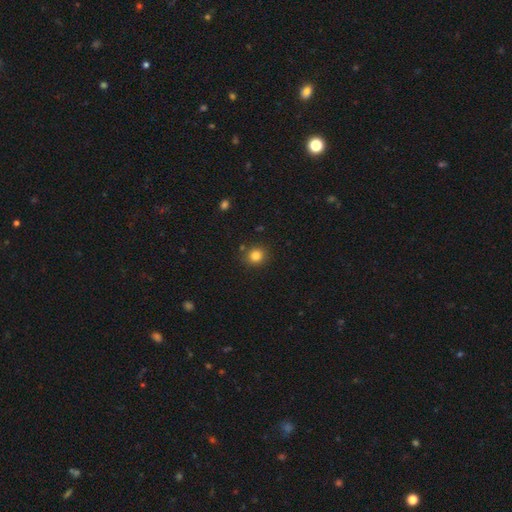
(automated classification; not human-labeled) A smooth galaxy with no disk features (83%) that is round (85%).

Vote fractions:
- Smooth or featured? smooth: 83% / star or artifact: 12% / featured or disk: 5%
- How rounded? round: 85% / in between: 14% / cigar-shaped: 1%
- Merging? none: 85% / minor disturbance: 9% / merger: 3% / major disturbance: 3%